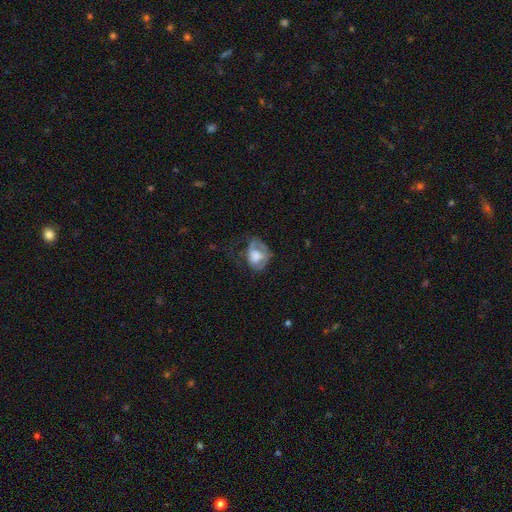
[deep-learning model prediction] This is possibly a smooth galaxy (53%). How rounded: likely in between (62%). Merging: marginally major disturbance (40%).